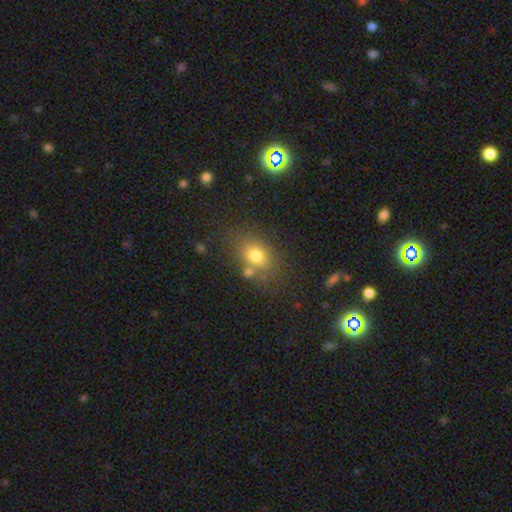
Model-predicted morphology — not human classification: smooth 75%, star or artifact 13%, featured or disk 12%. Down the decision tree: how rounded — in between (64%); merging — none (67%).